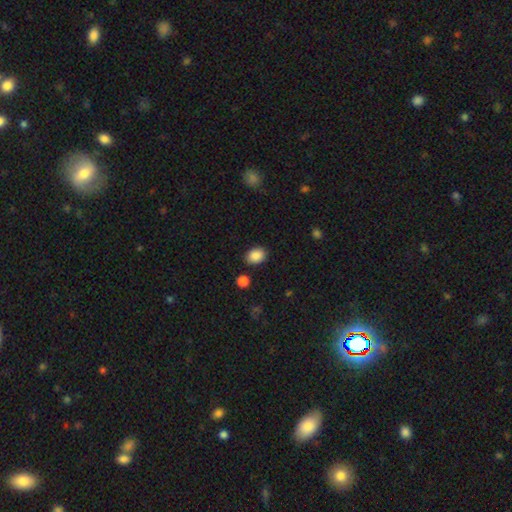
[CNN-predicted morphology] Q: Smooth or featured?
A: smooth (88%); runner-up: star or artifact (8%)
Q: How rounded?
A: in between (66%); runner-up: round (33%)
Q: Merging?
A: none (85%); runner-up: minor disturbance (9%)